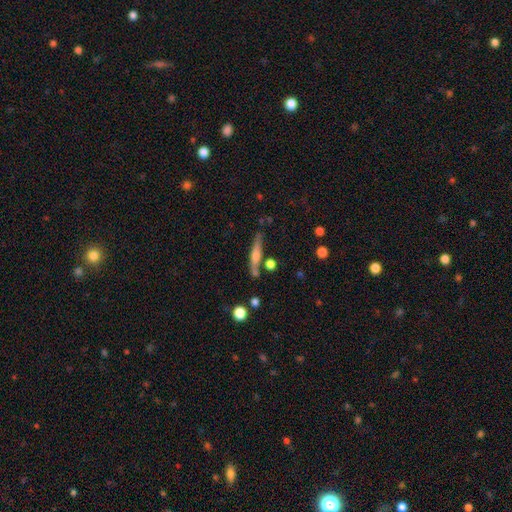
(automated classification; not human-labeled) Morphology: type=featured or disk (57%); edge-on=yes (95%); edge-on bulge=rounded (71%); merging=none (79%).